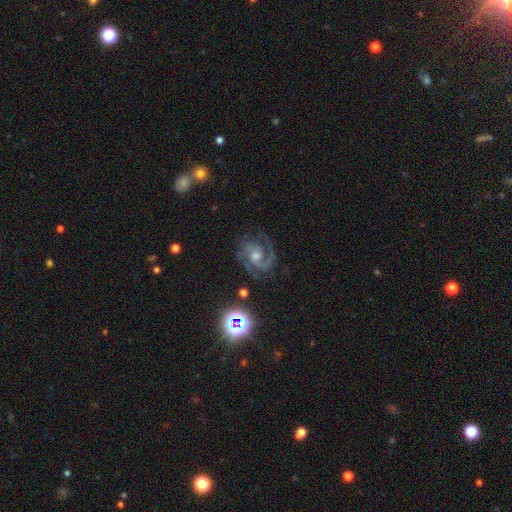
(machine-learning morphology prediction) This appears to be a featured or disk galaxy (87%) with no bar (56%), 2 (62%) medium (49%) spiral arms (98%) and a moderate central bulge (60%). Merging: none (78%).